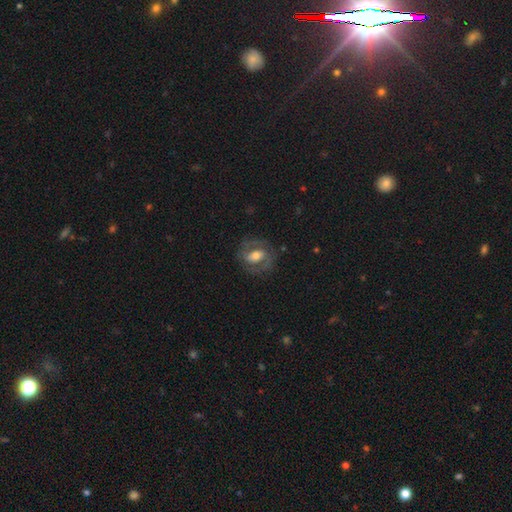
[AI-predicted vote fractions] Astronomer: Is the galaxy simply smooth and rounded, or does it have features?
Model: featured or disk — 63%.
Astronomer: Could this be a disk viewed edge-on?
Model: no — 95%.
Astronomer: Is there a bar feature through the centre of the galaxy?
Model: weak — 37% (runner-up: no, 36%).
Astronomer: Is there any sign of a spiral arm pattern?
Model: yes — 65%.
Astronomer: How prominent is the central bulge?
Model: moderate — 60%.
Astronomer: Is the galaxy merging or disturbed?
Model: none — 74%.